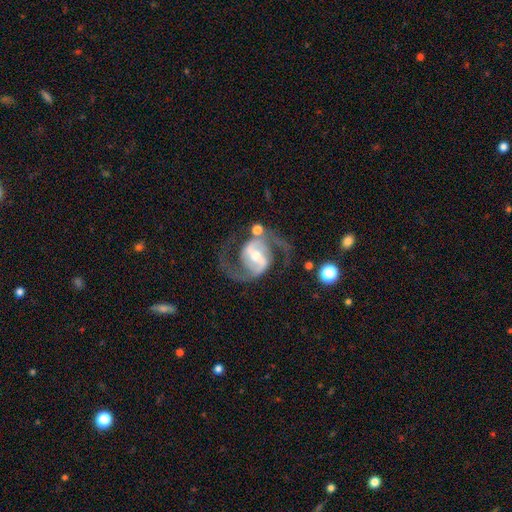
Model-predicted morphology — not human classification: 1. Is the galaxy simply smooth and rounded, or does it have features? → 91% featured or disk, 5% star or artifact, 4% smooth.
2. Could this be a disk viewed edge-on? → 98% no, 2% yes.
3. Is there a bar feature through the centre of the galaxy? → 46% strong, 39% weak, 15% no.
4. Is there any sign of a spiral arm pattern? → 98% yes, 2% no.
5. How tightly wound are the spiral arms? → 61% medium, 25% loose, 14% tight.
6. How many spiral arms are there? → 94% 2, 2% can't tell, 1% 1, 1% 3, 1% 4, 1% more than 4.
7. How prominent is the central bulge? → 59% moderate, 31% small, 6% large, 2% none, 1% dominant.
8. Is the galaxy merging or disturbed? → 73% none, 13% minor disturbance, 10% major disturbance, 4% merger.